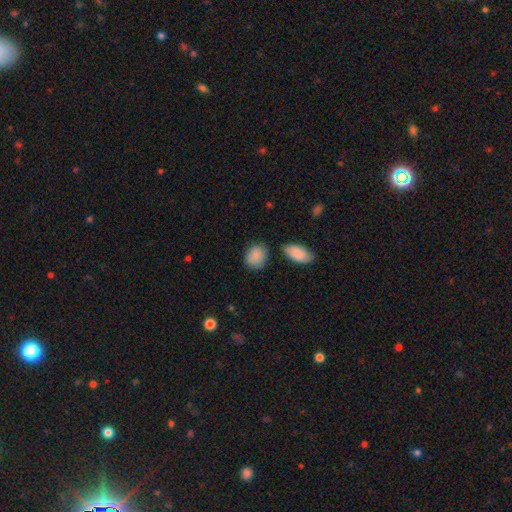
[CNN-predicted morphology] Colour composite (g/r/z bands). It shows a smooth galaxy with no disk features (88%) that is in between round and cigar-shaped (50%). Merging: none (71%).